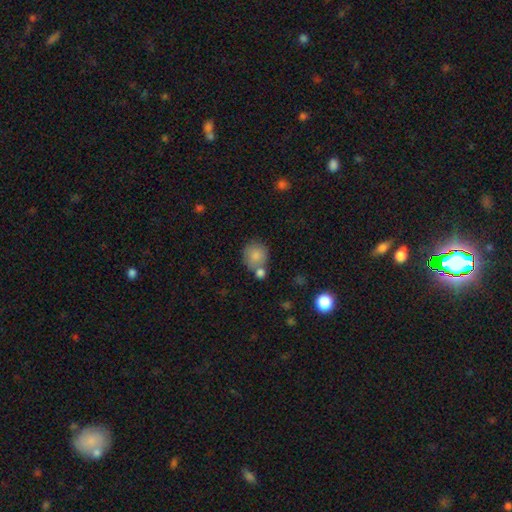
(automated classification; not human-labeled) A smooth galaxy with no disk features (83%) that is round (84%). Merging: none (58%).